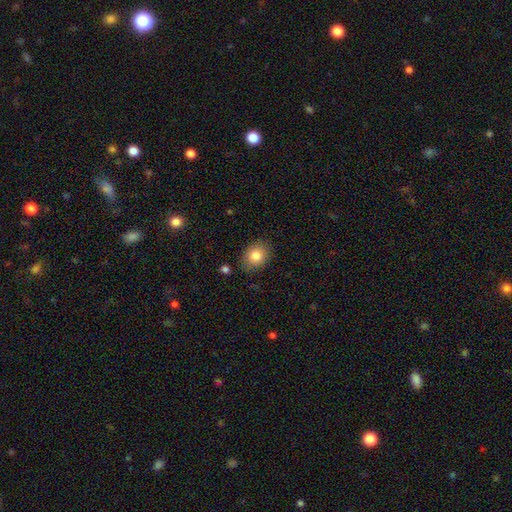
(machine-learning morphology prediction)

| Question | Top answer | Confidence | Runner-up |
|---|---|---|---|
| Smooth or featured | smooth | 82% | featured or disk (9%) |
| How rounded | in between | 56% | round (43%) |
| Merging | none | 84% | minor disturbance (12%) |